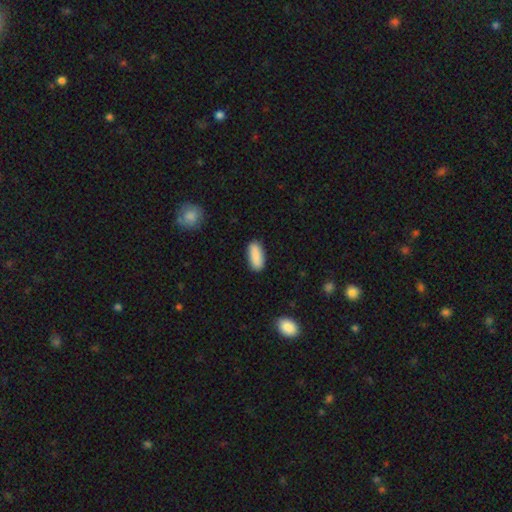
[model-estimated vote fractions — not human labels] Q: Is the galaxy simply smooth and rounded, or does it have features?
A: smooth — 89%.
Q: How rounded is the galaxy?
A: in between — 78%.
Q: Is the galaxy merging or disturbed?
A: none — 86%.